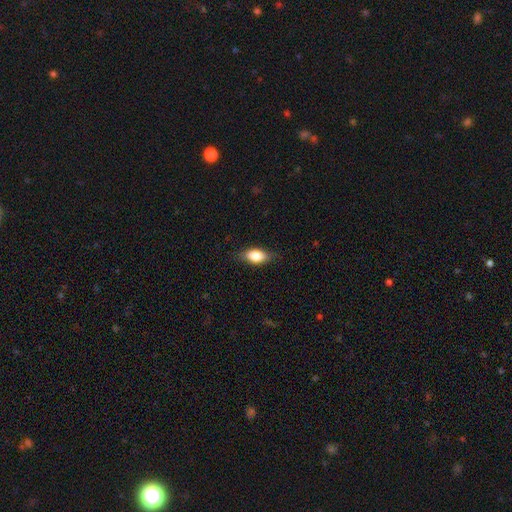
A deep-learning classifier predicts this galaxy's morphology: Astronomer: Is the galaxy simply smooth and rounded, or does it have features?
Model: smooth — 79%.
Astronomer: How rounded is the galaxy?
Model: in between — 85%.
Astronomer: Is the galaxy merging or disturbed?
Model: none — 81%.